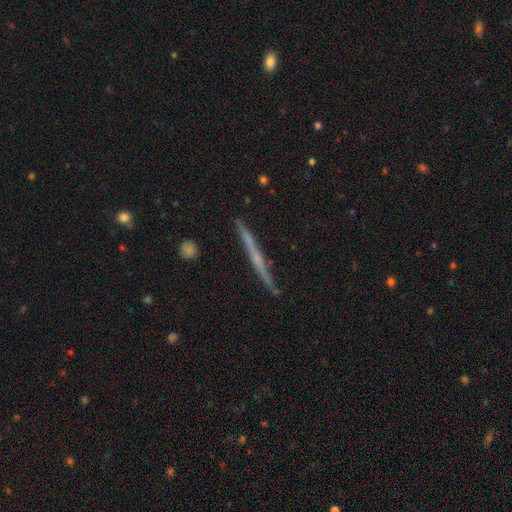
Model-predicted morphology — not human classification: Overall: featured or disk (68%). Edge-on disk: yes (98%). Edge-on bulge: none (62%; rounded 31%). Merging: none (90%).